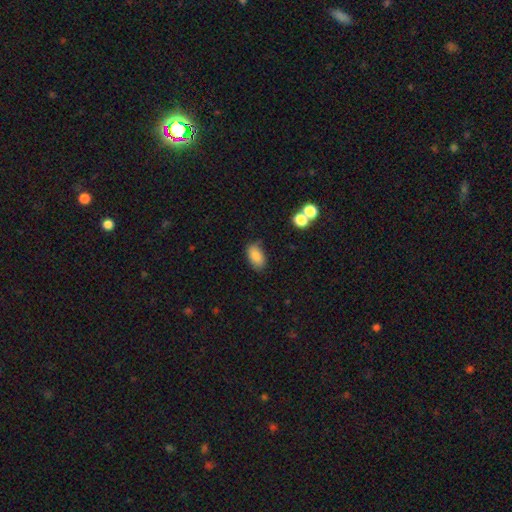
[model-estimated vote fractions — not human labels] Q: Smooth or featured?
A: smooth (82%); runner-up: featured or disk (10%)
Q: How rounded?
A: in between (91%); runner-up: round (7%)
Q: Merging?
A: none (79%); runner-up: minor disturbance (15%)